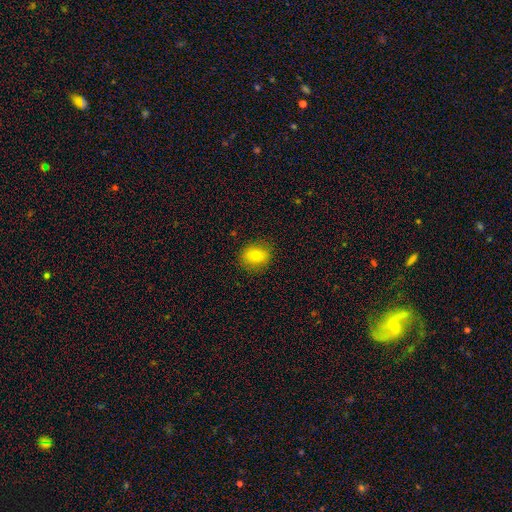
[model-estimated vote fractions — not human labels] This appears to be a smooth galaxy with no disk features (77%) that is round (56%). Merging: none (86%).